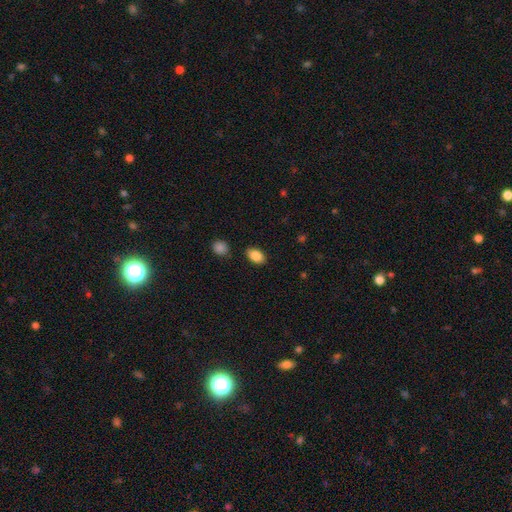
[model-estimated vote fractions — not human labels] This is clearly a smooth galaxy (86%). How rounded: clearly in between (89%). Merging: clearly none (86%).